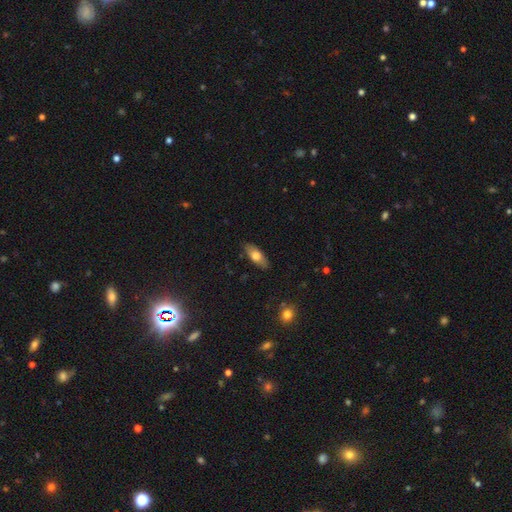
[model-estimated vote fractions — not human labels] A smooth galaxy with no disk features (69%) that is in between round and cigar-shaped (76%).

Vote fractions:
- Smooth or featured? smooth: 69% / featured or disk: 25% / star or artifact: 6%
- How rounded? in between: 76% / cigar-shaped: 21% / round: 3%
- Merging? none: 86% / minor disturbance: 11% / major disturbance: 2% / merger: 1%